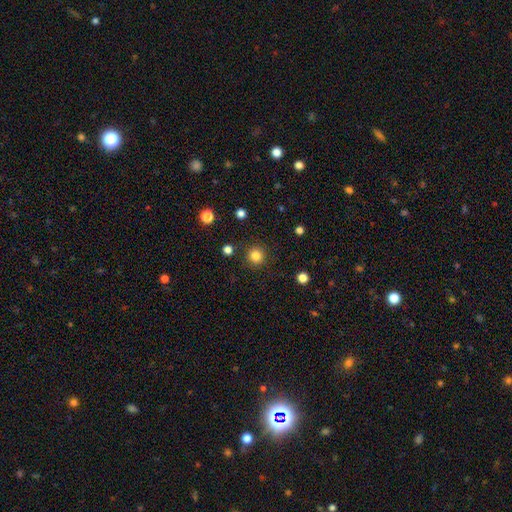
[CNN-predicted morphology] The model was most divided on "smooth or featured": smooth: 83%, star or artifact: 13%, featured or disk: 5%. More confident: how rounded — round (95%); merging — none (90%).